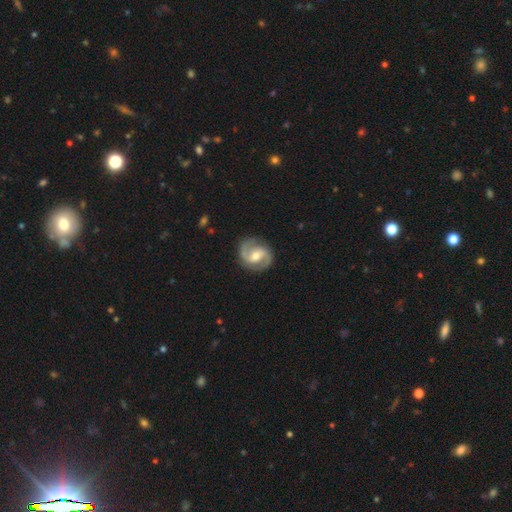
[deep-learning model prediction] A featured or disk galaxy (88%) with a weak bar (49%), 2 (93%) medium (56%) spiral arms (96%) and a moderate central bulge (69%).

Vote fractions:
- Smooth or featured? featured or disk: 88% / smooth: 8% / star or artifact: 4%
- Edge-on disk? no: 98% / yes: 2%
- Bar? weak: 49% / no: 33% / strong: 18%
- Spiral arms? yes: 96% / no: 4%
- Spiral winding? medium: 56% / tight: 25% / loose: 19%
- Spiral arm count? 2: 93% / can't tell: 2% / 3: 1% / 1: 1% / 4: 1% / more than 4: 1%
- Bulge size? moderate: 69% / small: 25% / large: 4% / none: 1% / dominant: 1%
- Merging? none: 86% / minor disturbance: 10% / major disturbance: 3% / merger: 1%